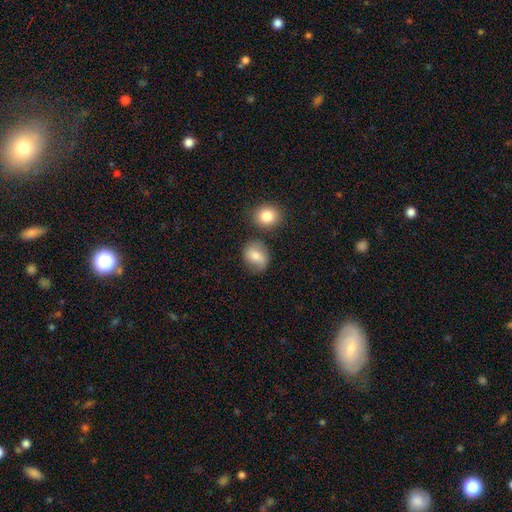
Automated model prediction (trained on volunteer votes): A smooth galaxy with no disk features (73%) that is round (64%). Merging: none (68%).